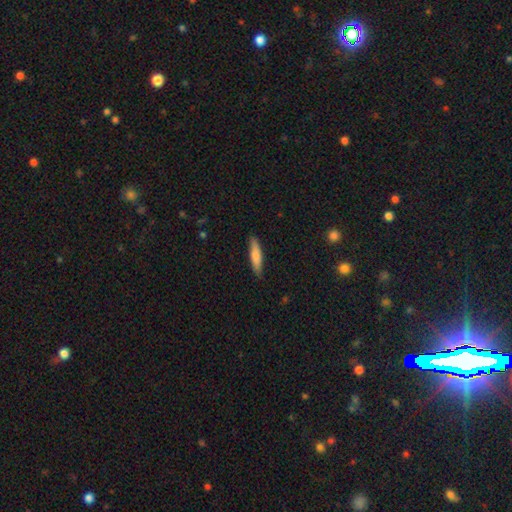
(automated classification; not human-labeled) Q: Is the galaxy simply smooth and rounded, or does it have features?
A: smooth — 75%.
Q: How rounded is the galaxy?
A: cigar-shaped — 79%.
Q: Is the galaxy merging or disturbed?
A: none — 84%.